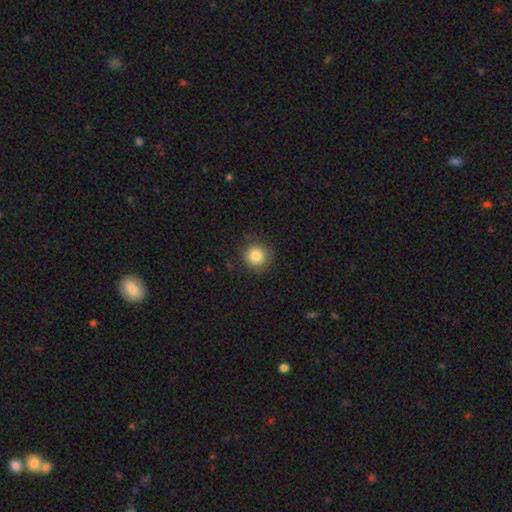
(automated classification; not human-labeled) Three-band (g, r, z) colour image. It shows a smooth galaxy with no disk features (84%) that is round (93%). Merging: none (86%).